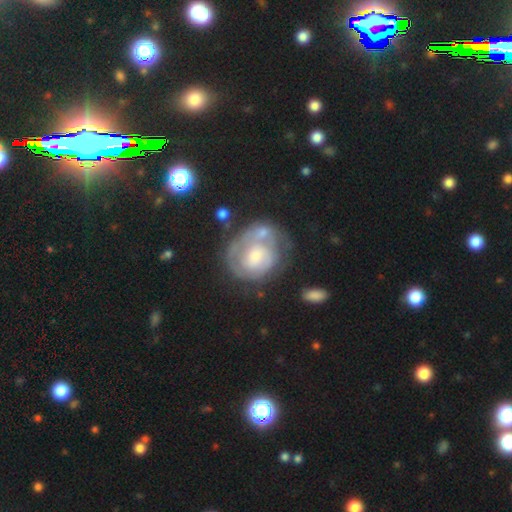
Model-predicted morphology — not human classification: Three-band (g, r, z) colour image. It shows a featured or disk galaxy (64%) with no bar (73%), spiral arms (67%) and a small central bulge (39%). Merging: none (42%).